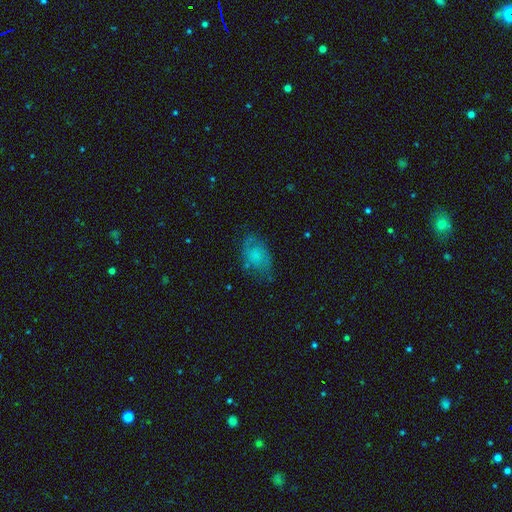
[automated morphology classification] smooth 56%, featured or disk 33%, star or artifact 11%. Down the decision tree: how rounded — in between (88%); merging — none (60%).